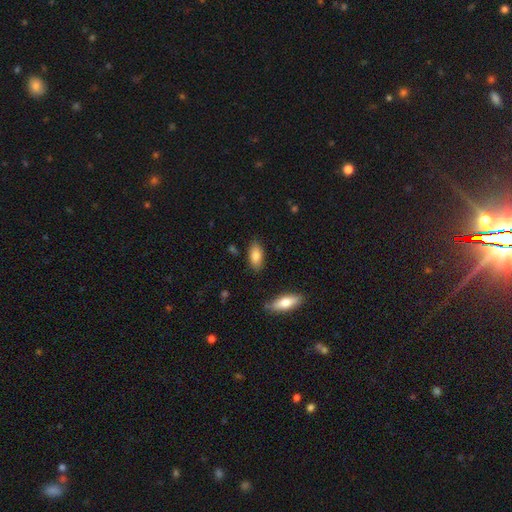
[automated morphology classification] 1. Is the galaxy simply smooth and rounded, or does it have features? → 83% smooth, 10% featured or disk, 6% star or artifact.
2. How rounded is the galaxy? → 86% in between, 12% cigar-shaped, 2% round.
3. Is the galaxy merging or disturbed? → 83% none, 12% minor disturbance, 2% major disturbance, 2% merger.